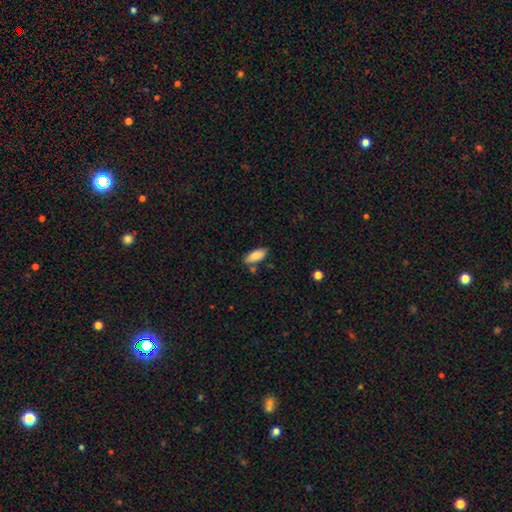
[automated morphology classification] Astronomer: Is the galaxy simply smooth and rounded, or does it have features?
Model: smooth — 86%.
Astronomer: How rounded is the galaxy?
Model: in between — 84%.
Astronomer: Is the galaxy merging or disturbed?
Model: none — 75%.